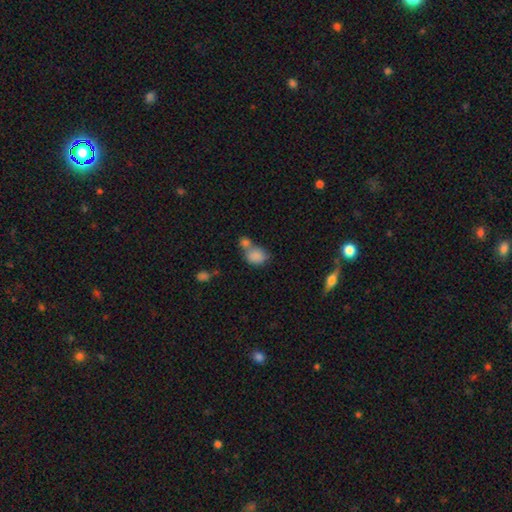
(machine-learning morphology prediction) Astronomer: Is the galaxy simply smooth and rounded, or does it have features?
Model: smooth — 83%.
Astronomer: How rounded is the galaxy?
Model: in between — 64%.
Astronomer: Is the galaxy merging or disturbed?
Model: merger — 51% (runner-up: none, 32%).